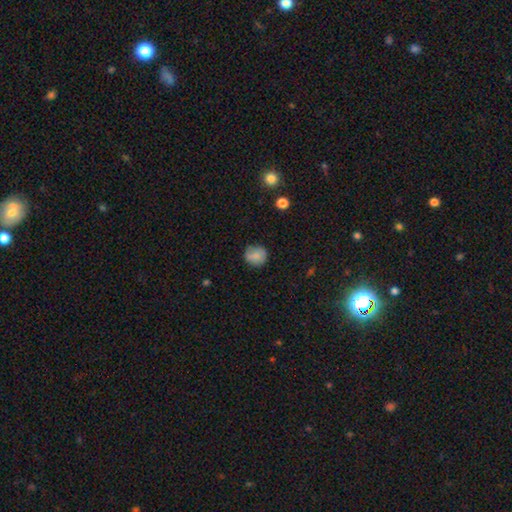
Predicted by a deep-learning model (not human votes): Smooth or featured: smooth — 78% (featured or disk — 14%)
How rounded: round — 87% (in between — 12%)
Merging: none — 76% (minor disturbance — 19%)